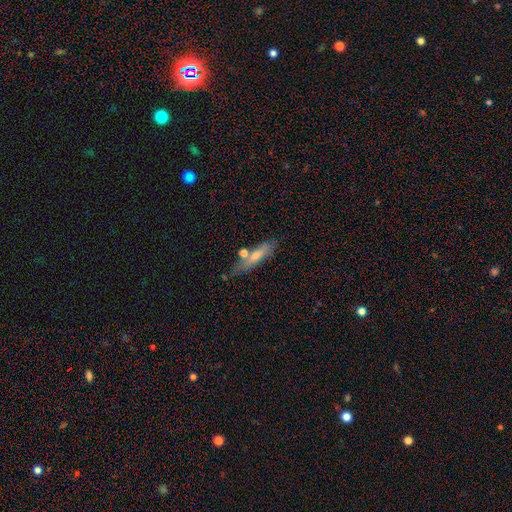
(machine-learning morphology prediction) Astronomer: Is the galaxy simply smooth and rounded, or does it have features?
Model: smooth — 53% (runner-up: featured or disk, 38%).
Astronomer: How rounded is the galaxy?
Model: cigar-shaped — 75%.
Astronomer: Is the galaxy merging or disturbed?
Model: none — 70%.